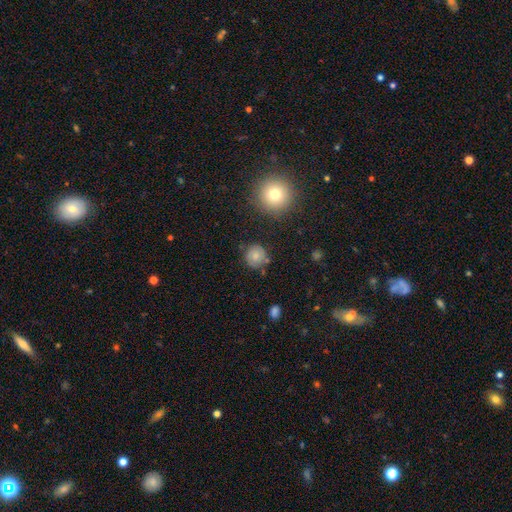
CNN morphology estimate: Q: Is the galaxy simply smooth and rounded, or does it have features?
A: smooth — 74%.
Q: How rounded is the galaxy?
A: round — 91%.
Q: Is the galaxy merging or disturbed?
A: none — 79%.